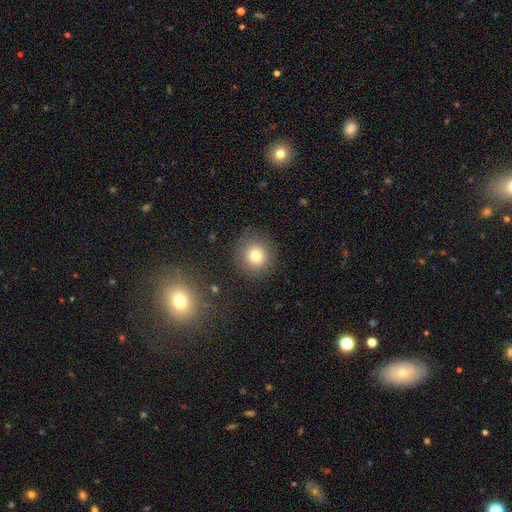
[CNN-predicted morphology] smooth 77%, star or artifact 13%, featured or disk 10%. Down the decision tree: how rounded — round (89%); merging — none (86%).